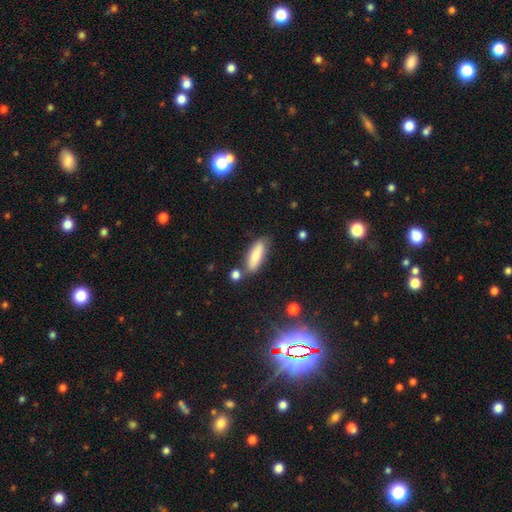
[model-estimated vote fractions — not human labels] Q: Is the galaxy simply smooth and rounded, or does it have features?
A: smooth — 77%.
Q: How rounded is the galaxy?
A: in between — 50%.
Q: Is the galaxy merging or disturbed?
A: none — 73%.